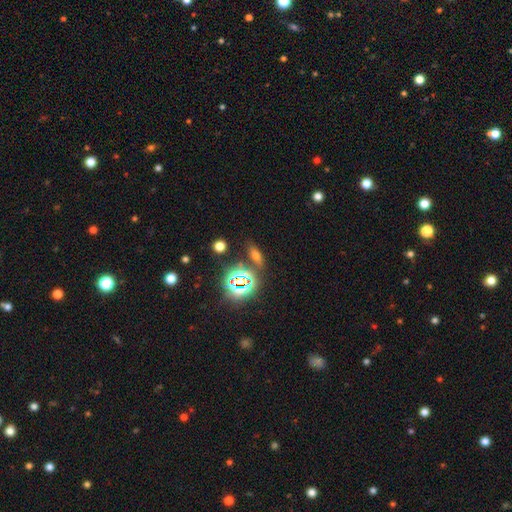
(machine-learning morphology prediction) Smooth or featured? Predicted: smooth (p=0.52). How rounded? Predicted: in between (p=0.60). Merging? Predicted: none (p=0.77).